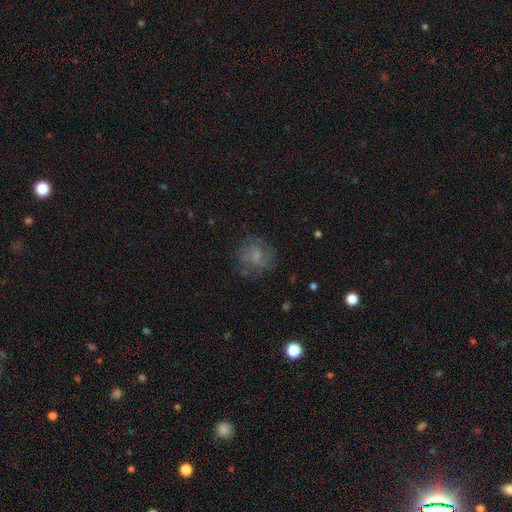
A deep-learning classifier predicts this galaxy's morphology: type=smooth (51%); roundness=round (81%); merging=none (72%).